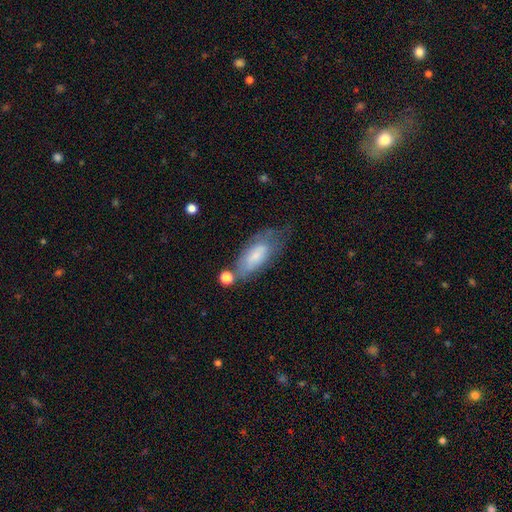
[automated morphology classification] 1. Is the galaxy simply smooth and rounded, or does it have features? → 63% smooth, 29% featured or disk, 8% star or artifact.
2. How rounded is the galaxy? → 80% in between, 18% cigar-shaped, 2% round.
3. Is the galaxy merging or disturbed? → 42% none, 30% minor disturbance, 18% major disturbance, 10% merger.